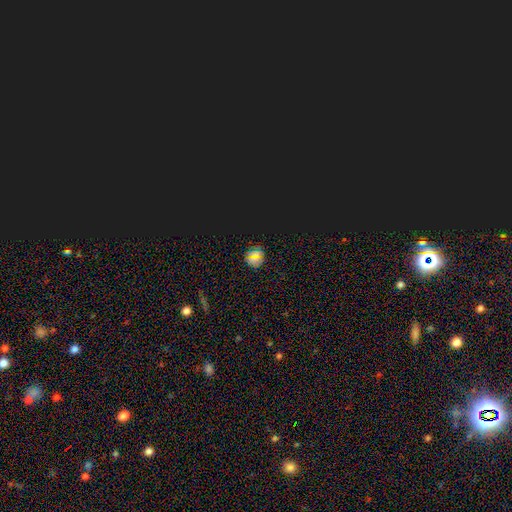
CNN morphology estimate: Smooth or featured? star or artifact (55%)